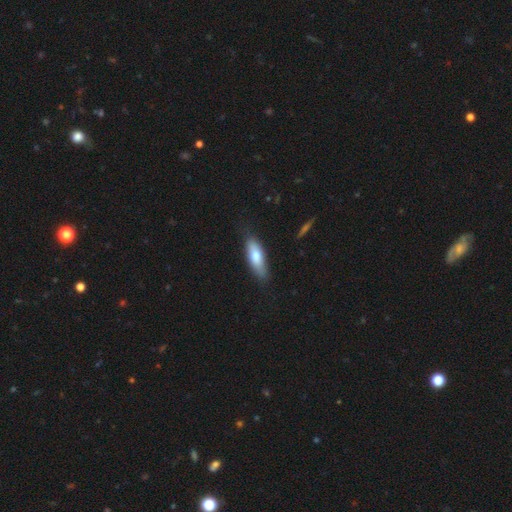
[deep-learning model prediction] The model was most divided on "how rounded": in between: 58%, cigar-shaped: 40%, round: 2%. More confident: merging — none (77%); smooth or featured — smooth (71%).